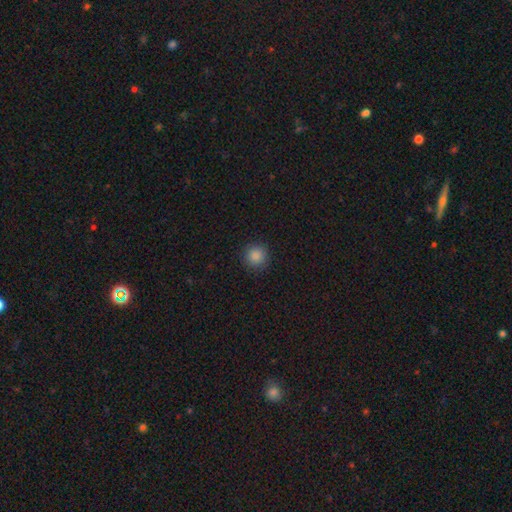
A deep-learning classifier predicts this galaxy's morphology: Smooth or featured: smooth — 87% (star or artifact — 10%)
How rounded: round — 94% (in between — 5%)
Merging: none — 91% (minor disturbance — 6%)